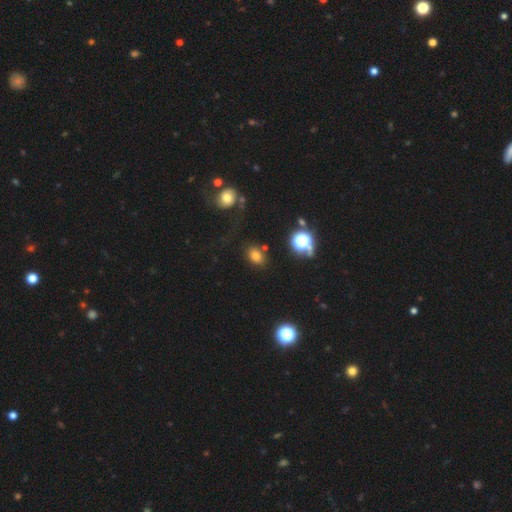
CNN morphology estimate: smooth_or_featured: smooth (p=0.70) [alt: star or artifact p=0.21]
how_rounded: in between (p=0.61) [alt: round p=0.37]
merging: none (p=0.77) [alt: minor disturbance p=0.12]